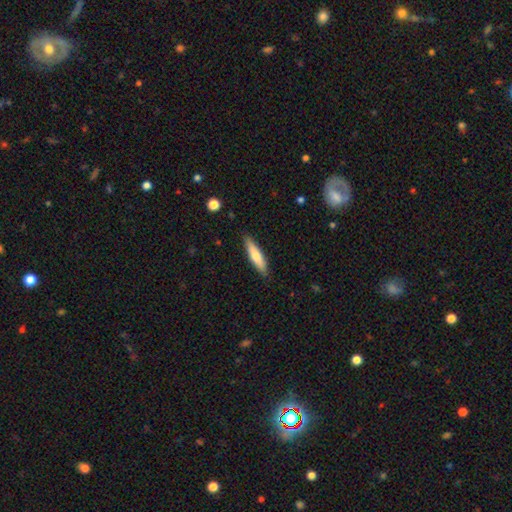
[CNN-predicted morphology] A smooth galaxy with no disk features (69%) that is cigar-shaped (76%).

Vote fractions:
- Smooth or featured? smooth: 69% / featured or disk: 26% / star or artifact: 6%
- How rounded? cigar-shaped: 76% / in between: 23% / round: 1%
- Merging? none: 88% / minor disturbance: 9% / major disturbance: 2% / merger: 1%